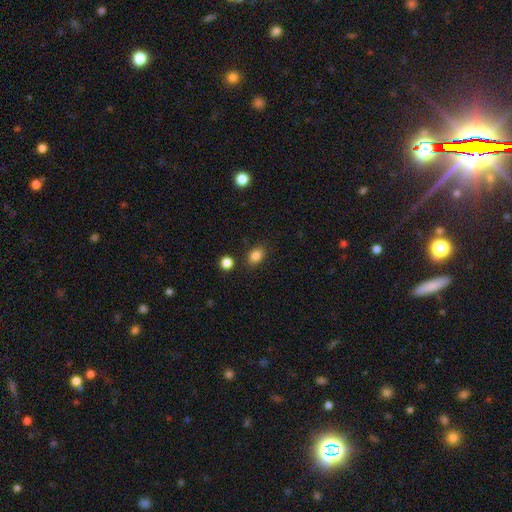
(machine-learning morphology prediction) The model was most divided on "how rounded": in between: 72%, round: 26%, cigar-shaped: 1%. More confident: smooth or featured — smooth (85%); merging — none (83%).